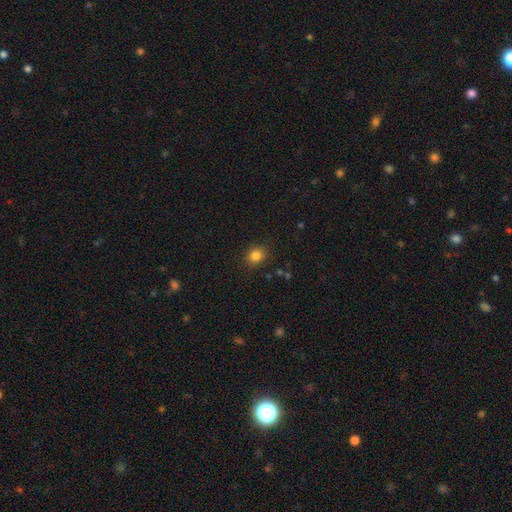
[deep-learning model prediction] Smooth or featured? smooth (83%)
How rounded? round (70%)
Merging? none (87%)